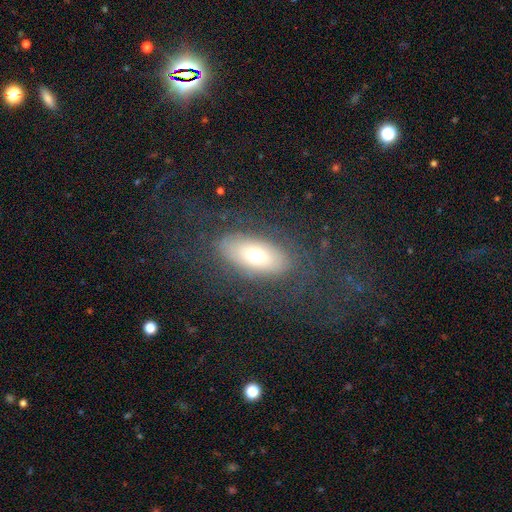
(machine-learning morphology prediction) Smooth or featured: smooth — 55% (featured or disk — 35%)
How rounded: in between — 87% (round — 7%)
Merging: none — 72% (minor disturbance — 14%)